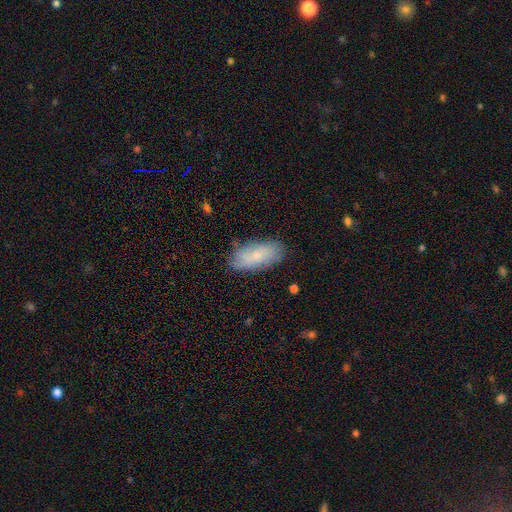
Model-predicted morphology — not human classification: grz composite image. It shows a smooth galaxy with no disk features (70%) that is in between round and cigar-shaped (87%). Merging: none (78%).